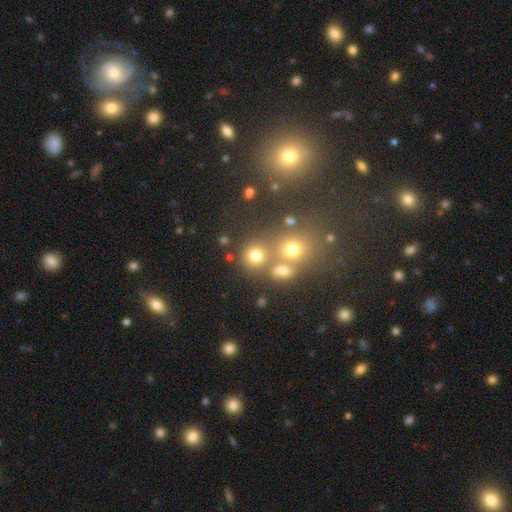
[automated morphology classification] type=smooth (73%); roundness=round (84%); merging=none (62%).